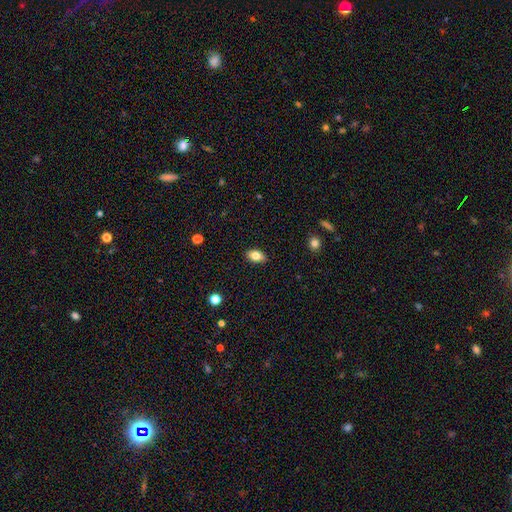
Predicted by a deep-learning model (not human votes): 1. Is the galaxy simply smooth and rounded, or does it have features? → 82% smooth, 10% featured or disk, 8% star or artifact.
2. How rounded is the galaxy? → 88% in between, 9% round, 2% cigar-shaped.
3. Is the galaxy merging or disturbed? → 88% none, 9% minor disturbance, 2% major disturbance, 1% merger.